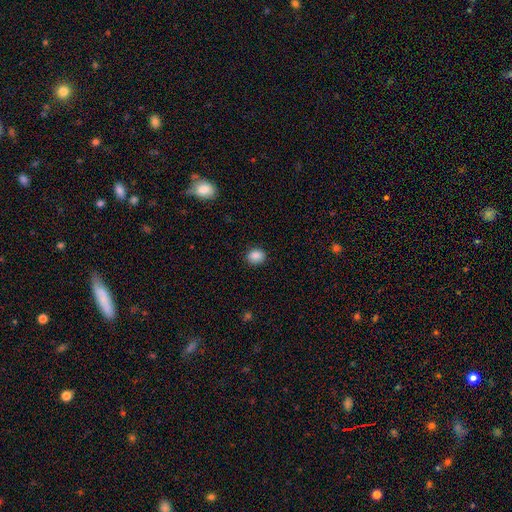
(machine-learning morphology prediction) type=smooth (87%); roundness=round (59%); merging=none (89%).